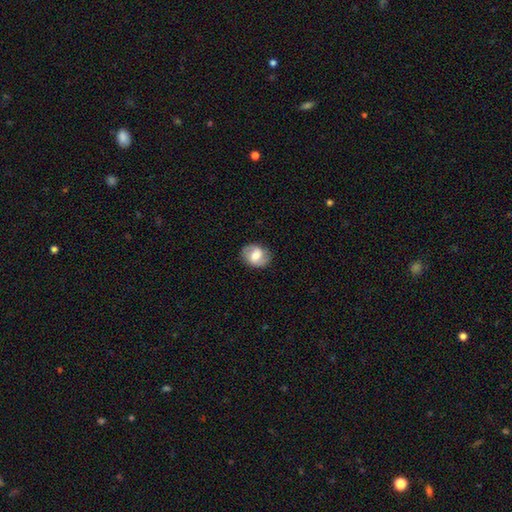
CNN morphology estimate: The model was most divided on "how rounded": in between: 55%, round: 44%, cigar-shaped: 1%. More confident: merging — none (84%); smooth or featured — smooth (51%).